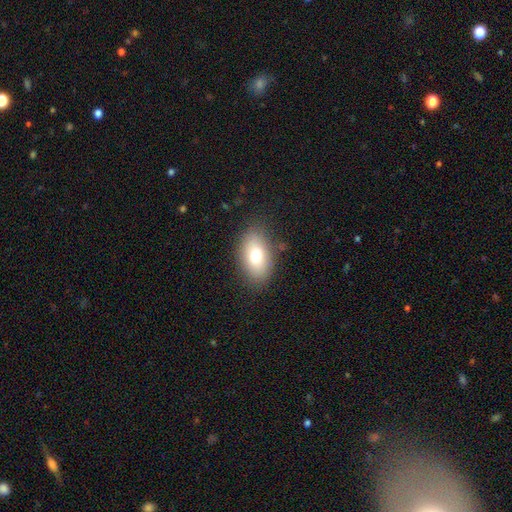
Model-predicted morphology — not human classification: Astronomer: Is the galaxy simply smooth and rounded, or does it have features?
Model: smooth — 75%.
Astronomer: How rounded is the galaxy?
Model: in between — 90%.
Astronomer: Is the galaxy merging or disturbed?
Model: none — 82%.